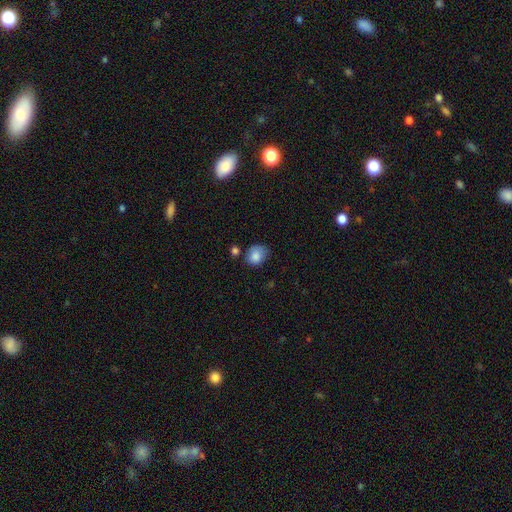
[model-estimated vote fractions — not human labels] This appears to be a smooth galaxy with no disk features (84%) that is round (53%). Merging: none (54%).